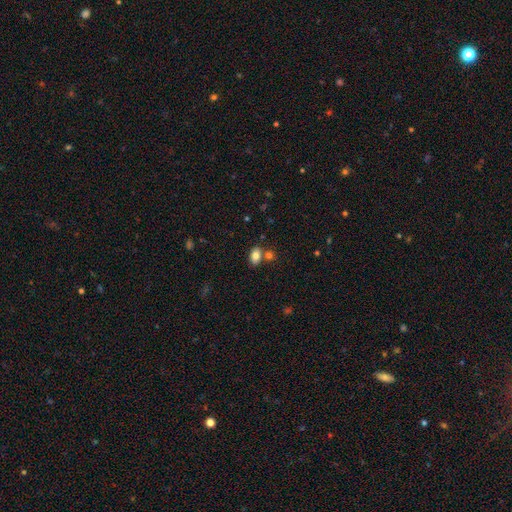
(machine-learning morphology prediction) Q: Smooth or featured?
A: smooth (80%); runner-up: featured or disk (10%)
Q: How rounded?
A: in between (83%); runner-up: round (15%)
Q: Merging?
A: none (65%); runner-up: merger (21%)